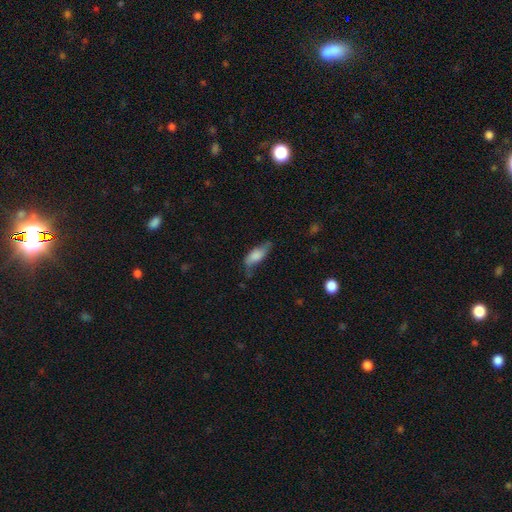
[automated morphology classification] Smooth or featured: smooth — 72% (featured or disk — 21%)
How rounded: in between — 75% (cigar-shaped — 22%)
Merging: none — 46% (minor disturbance — 36%)